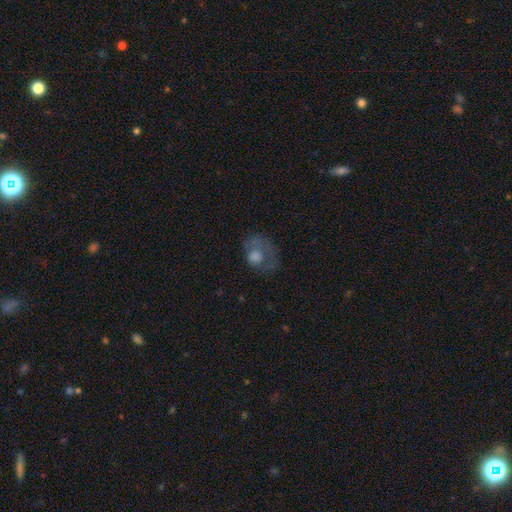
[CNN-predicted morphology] This is possibly a smooth galaxy (50%). Merging: marginally none (40%).